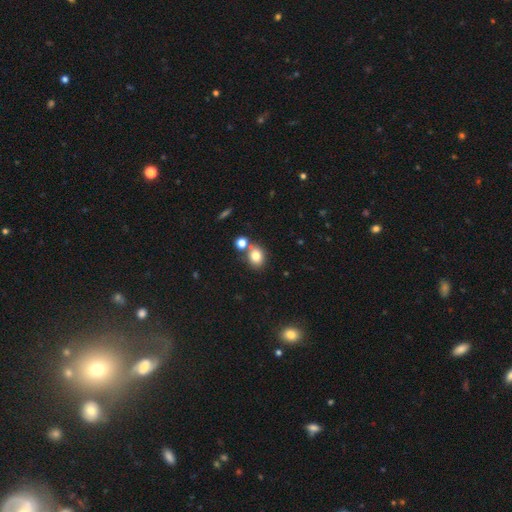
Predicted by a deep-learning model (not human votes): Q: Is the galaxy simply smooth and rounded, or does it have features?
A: smooth — 79%.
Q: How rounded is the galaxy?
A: round — 62%.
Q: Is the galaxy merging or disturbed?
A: none — 61%.